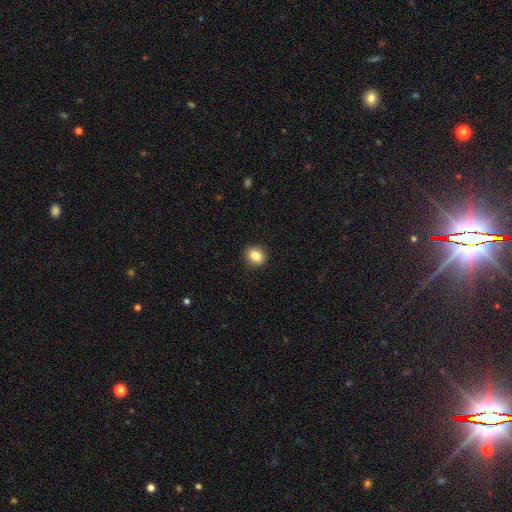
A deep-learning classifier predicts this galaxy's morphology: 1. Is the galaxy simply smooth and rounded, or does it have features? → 87% smooth, 9% star or artifact, 4% featured or disk.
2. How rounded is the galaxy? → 61% round, 38% in between, 1% cigar-shaped.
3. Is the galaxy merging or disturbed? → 90% none, 7% minor disturbance, 2% major disturbance, 1% merger.